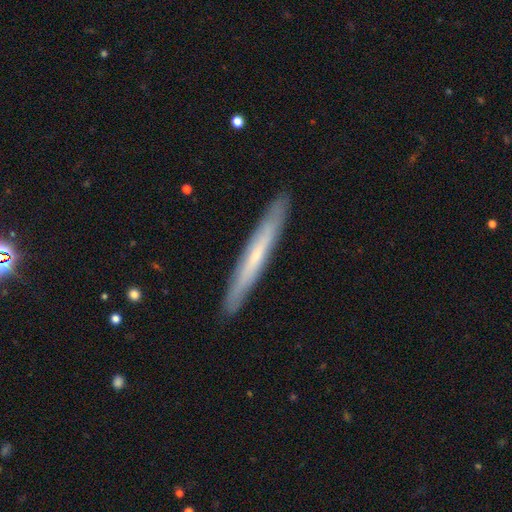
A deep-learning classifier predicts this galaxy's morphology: Q: Smooth or featured?
A: featured or disk (51%); runner-up: smooth (44%)
Q: Edge-on disk?
A: yes (89%); runner-up: no (11%)
Q: Merging?
A: none (91%); runner-up: minor disturbance (7%)